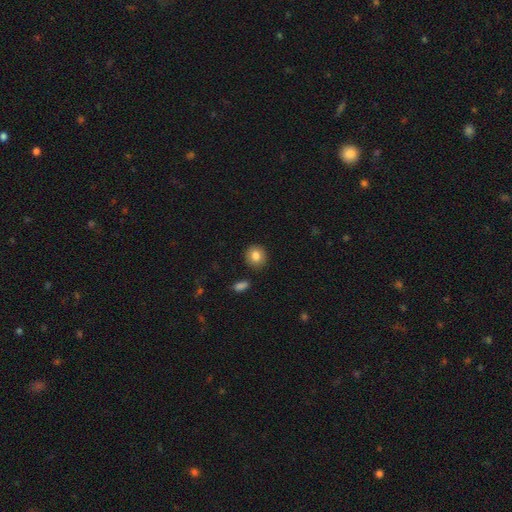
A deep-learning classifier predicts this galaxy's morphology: type=smooth (84%); roundness=round (84%); merging=none (88%).